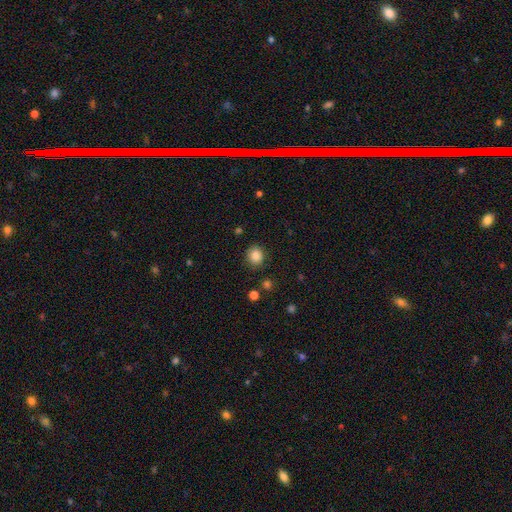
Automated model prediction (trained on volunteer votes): This appears to be a smooth galaxy with no disk features (86%) that is round (84%). Merging: none (87%).